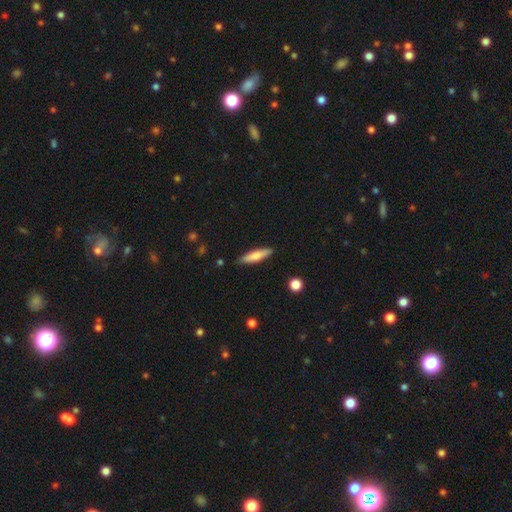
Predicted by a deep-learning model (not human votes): smooth 74%, featured or disk 20%, star or artifact 6%. Down the decision tree: how rounded — cigar-shaped (75%); merging — none (86%).